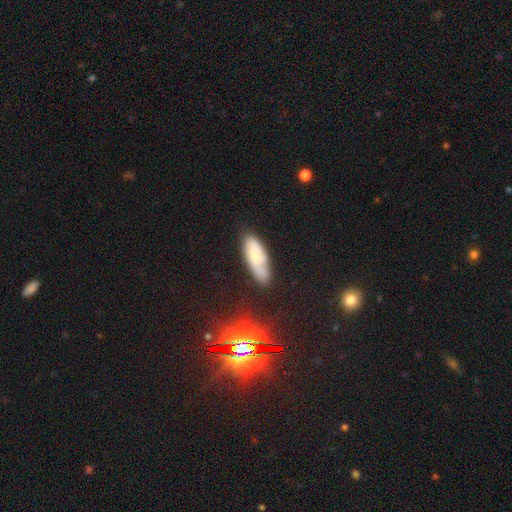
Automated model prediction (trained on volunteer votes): This is possibly a smooth galaxy (54%). How rounded: likely in between (67%). Merging: likely none (70%).